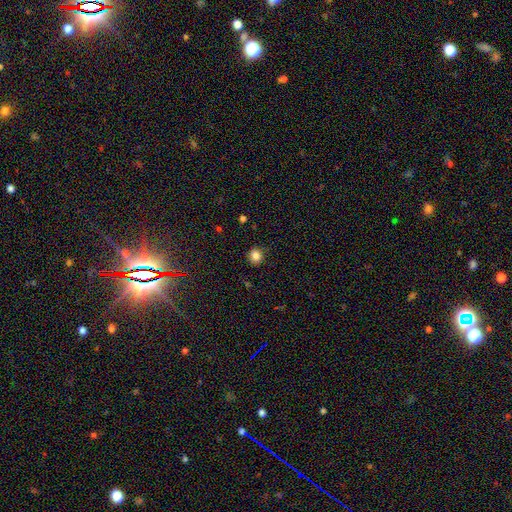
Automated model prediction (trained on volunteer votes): Smooth or featured? smooth (83%)
How rounded? round (80%)
Merging? none (87%)